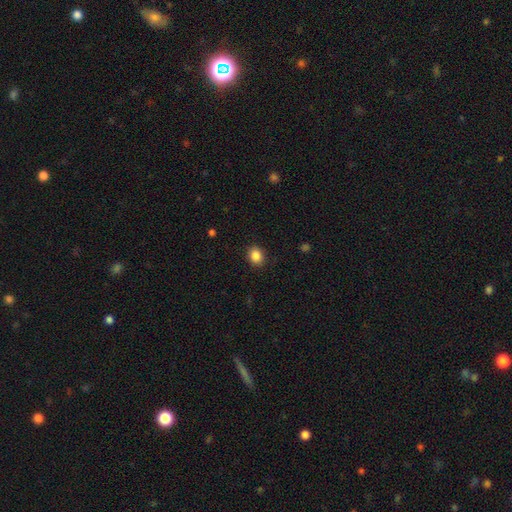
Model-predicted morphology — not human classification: Q: Smooth or featured?
A: smooth (87%); runner-up: star or artifact (9%)
Q: How rounded?
A: round (56%); runner-up: in between (43%)
Q: Merging?
A: none (89%); runner-up: minor disturbance (8%)